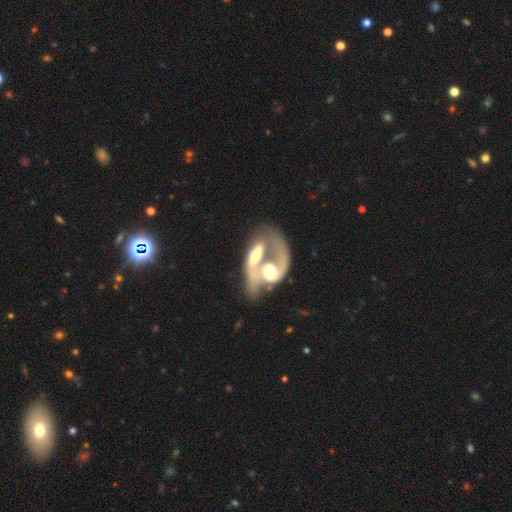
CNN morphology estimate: Smooth or featured?
  - featured or disk: 69% *
  - smooth: 25%
  - star or artifact: 6%
Edge-on disk?
  - no: 91% *
  - yes: 9%
Bar?
  - no: 61% *
  - weak: 26%
  - strong: 13%
Spiral arms?
  - yes: 65% *
  - no: 35%
Bulge size?
  - moderate: 57% *
  - large: 26%
  - small: 10%
  - none: 4%
  - dominant: 3%
Merging?
  - merger: 78% *
  - major disturbance: 11%
  - none: 8%
  - minor disturbance: 4%